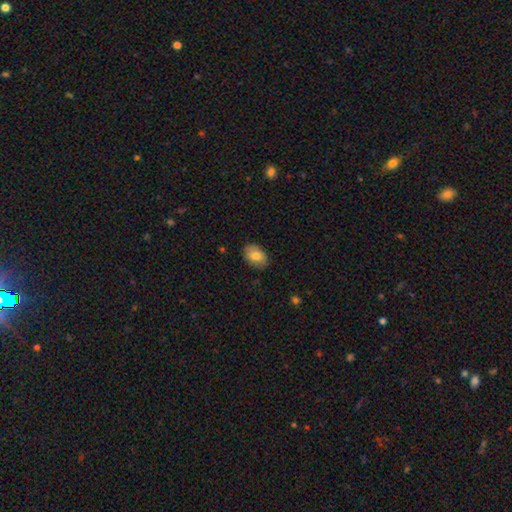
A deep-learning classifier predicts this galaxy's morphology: Smooth or featured: smooth — 81% (featured or disk — 12%)
How rounded: in between — 85% (round — 14%)
Merging: none — 84% (minor disturbance — 12%)